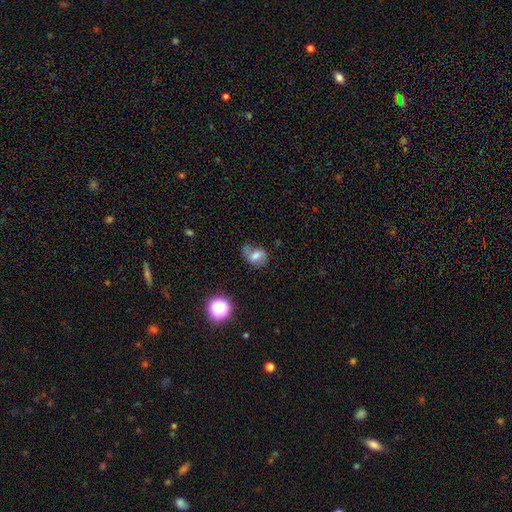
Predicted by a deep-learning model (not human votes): smooth-or-featured: smooth: 53% | featured or disk: 33% | star or artifact: 14%
  how-rounded: in between: 64% | round: 34% | cigar-shaped: 2%
  merging: none: 45% | minor disturbance: 27% | major disturbance: 17% | merger: 11%